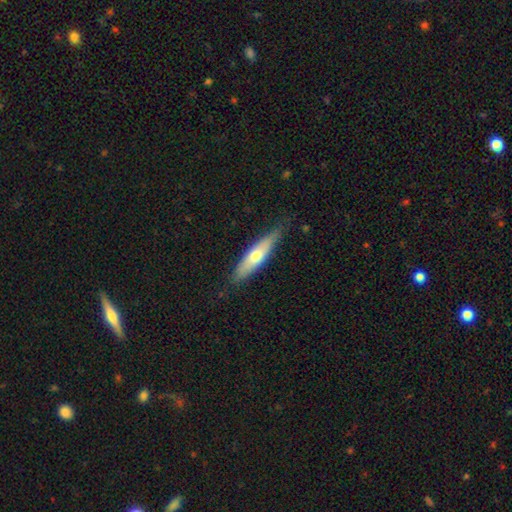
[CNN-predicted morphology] type=smooth (57%); roundness=cigar-shaped (68%); merging=none (81%).